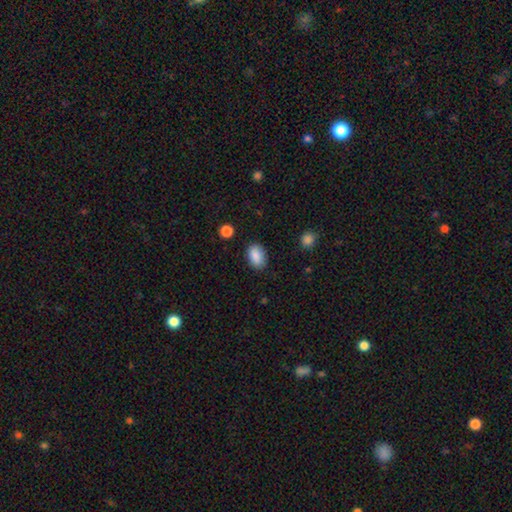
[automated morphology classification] Smooth or featured? smooth (88%)
How rounded? in between (89%)
Merging? none (84%)